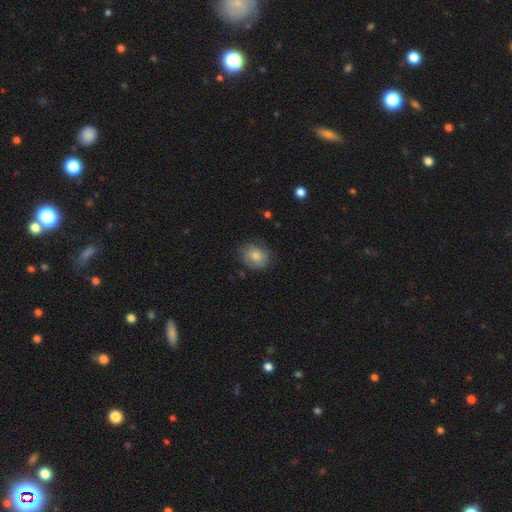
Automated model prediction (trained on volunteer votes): This appears to be a smooth galaxy with no disk features (64%) that is round (55%). Merging: none (73%).